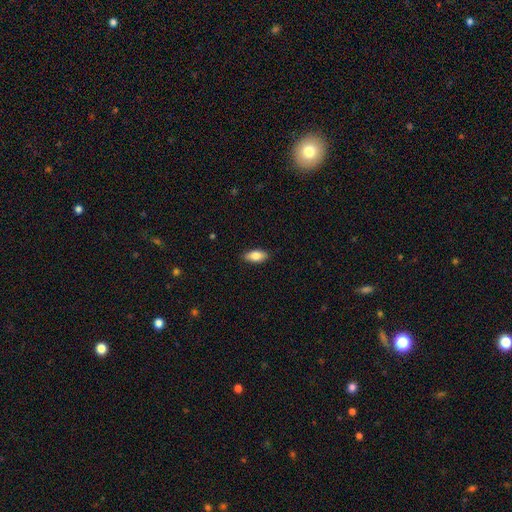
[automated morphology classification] Overall: smooth (82%). How rounded: in between (88%). Merging: none (88%).